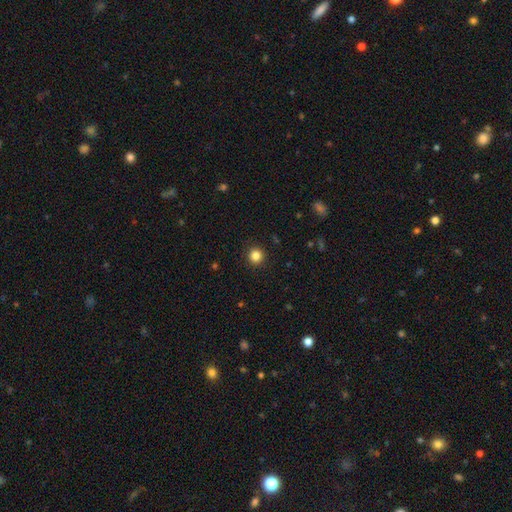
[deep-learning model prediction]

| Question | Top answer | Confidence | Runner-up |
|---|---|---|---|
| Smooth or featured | smooth | 84% | star or artifact (12%) |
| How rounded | round | 95% | in between (4%) |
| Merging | none | 92% | minor disturbance (5%) |